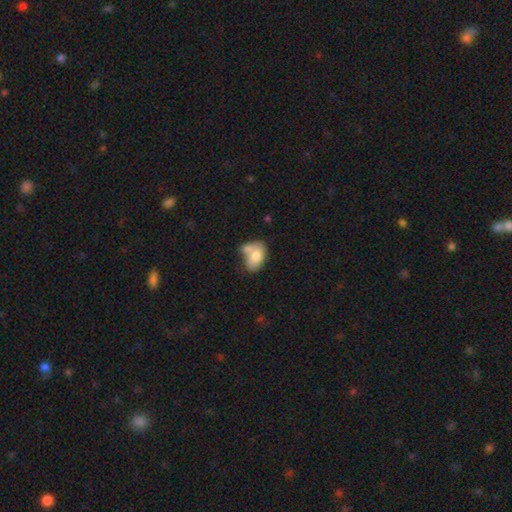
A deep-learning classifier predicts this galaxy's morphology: The model was most divided on "merging": merger: 50%, none: 27%, minor disturbance: 16%, major disturbance: 7%. More confident: how rounded — in between (87%); smooth or featured — smooth (75%).